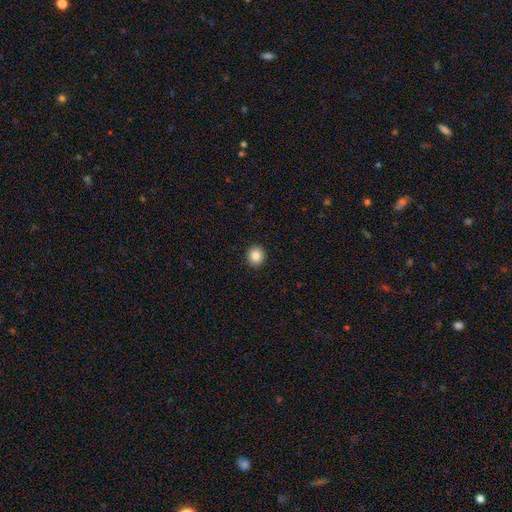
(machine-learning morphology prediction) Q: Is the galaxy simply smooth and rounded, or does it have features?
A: smooth — 86%.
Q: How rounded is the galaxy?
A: round — 88%.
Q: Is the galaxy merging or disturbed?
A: none — 92%.